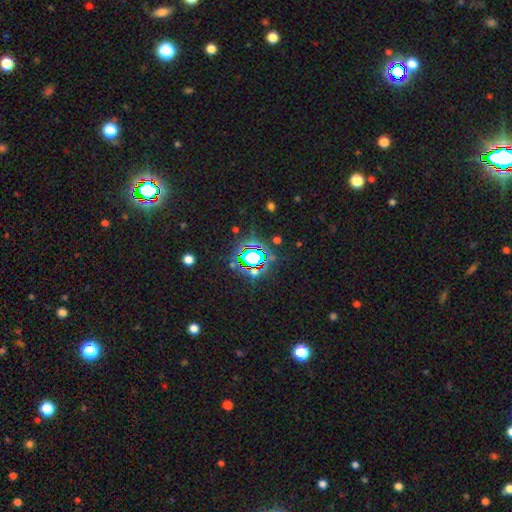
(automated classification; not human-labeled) Smooth or featured: star or artifact — 69% (smooth — 19%)